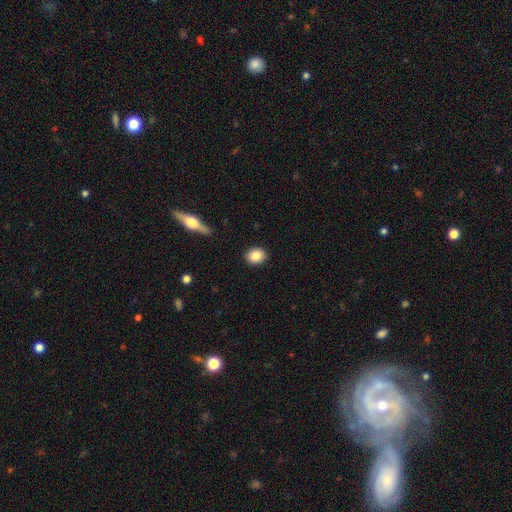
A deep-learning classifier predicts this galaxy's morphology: Smooth or featured: smooth — 86% (star or artifact — 8%)
How rounded: round — 61% (in between — 37%)
Merging: none — 90% (minor disturbance — 7%)